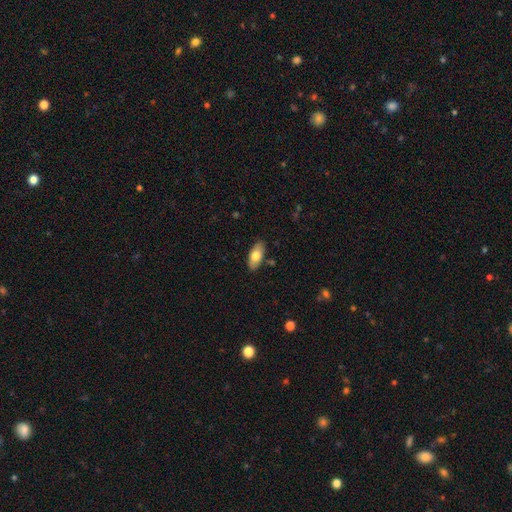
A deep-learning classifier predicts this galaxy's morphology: This appears to be a smooth galaxy with no disk features (74%) that is in between round and cigar-shaped (88%). Merging: none (85%).